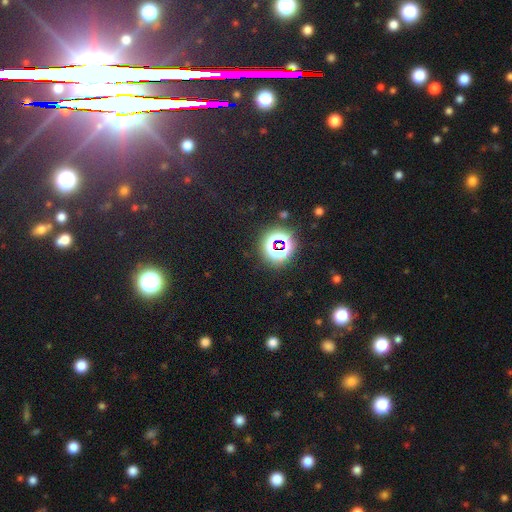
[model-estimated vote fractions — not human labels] Smooth or featured? star or artifact (82%)